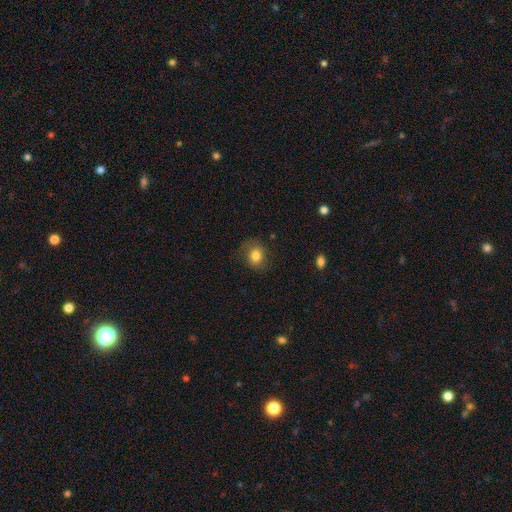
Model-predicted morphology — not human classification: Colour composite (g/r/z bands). It shows a smooth galaxy with no disk features (79%) that is round (61%). Merging: none (74%).